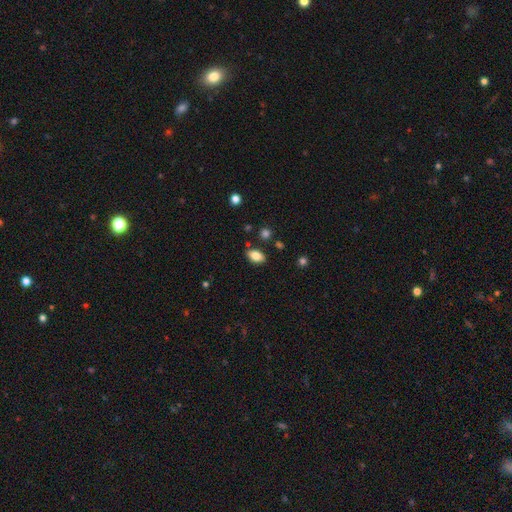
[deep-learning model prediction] smooth 83%, star or artifact 9%, featured or disk 9%. Down the decision tree: how rounded — in between (89%); merging — none (83%).